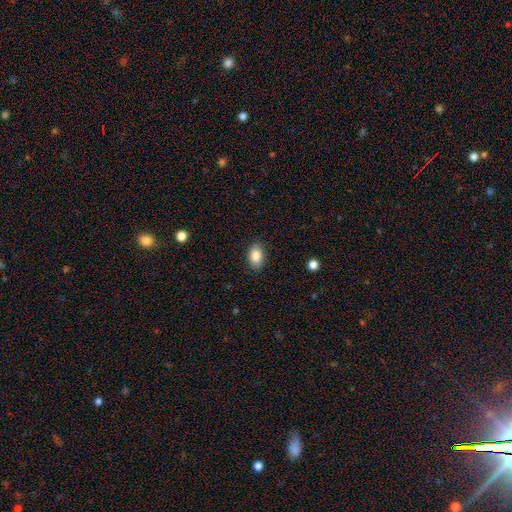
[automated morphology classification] Smooth or featured? Predicted: smooth (p=0.86). How rounded? Predicted: in between (p=0.87). Merging? Predicted: none (p=0.87).